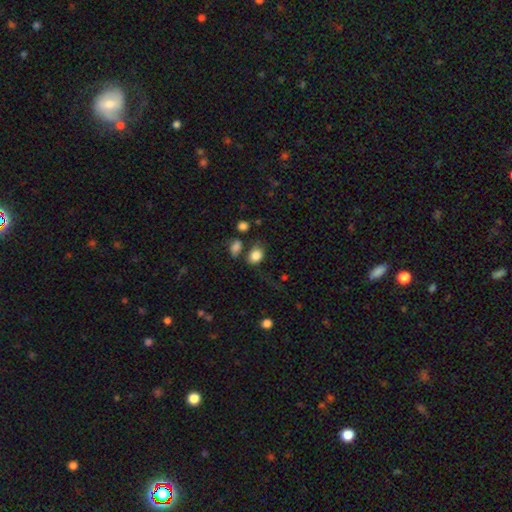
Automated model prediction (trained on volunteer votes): smooth 83%, star or artifact 9%, featured or disk 7%. Down the decision tree: how rounded — in between (63%); merging — none (55%).